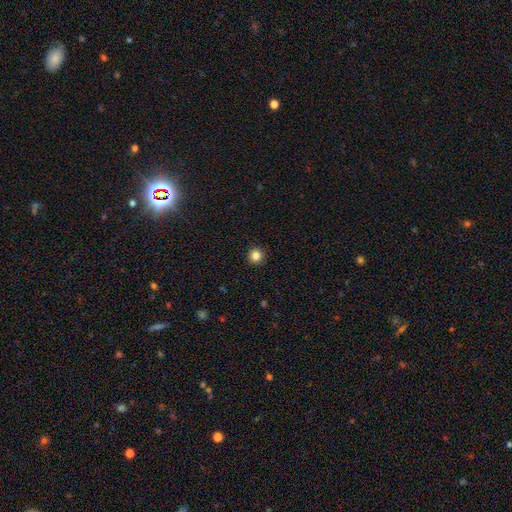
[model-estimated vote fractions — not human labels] This is clearly a smooth galaxy (83%). How rounded: clearly round (96%). Merging: clearly none (93%).